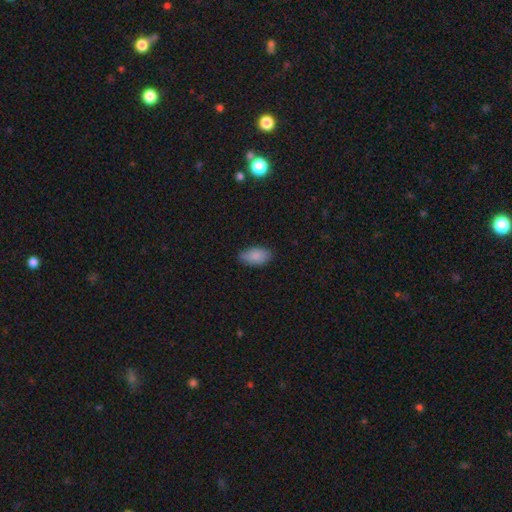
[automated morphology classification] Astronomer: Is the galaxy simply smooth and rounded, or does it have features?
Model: smooth — 85%.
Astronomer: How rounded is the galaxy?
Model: in between — 93%.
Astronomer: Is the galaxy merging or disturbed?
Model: none — 78%.